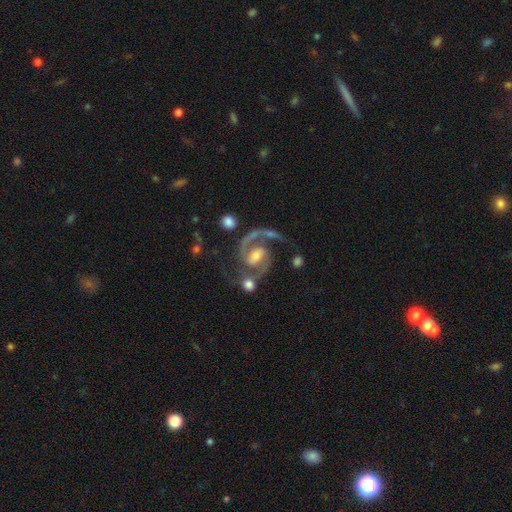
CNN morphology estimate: type=featured or disk (92%); edge-on=no (98%); bar=weak (47%); spiral arms=yes (98%); winding=medium (63%); arm count=2 (92%); bulge=moderate (54%); merging=none (58%).